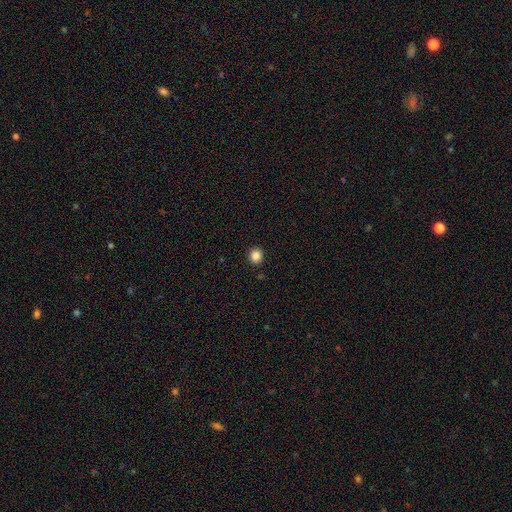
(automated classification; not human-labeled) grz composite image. It shows a smooth galaxy with no disk features (86%) that is round (85%). Merging: none (91%).